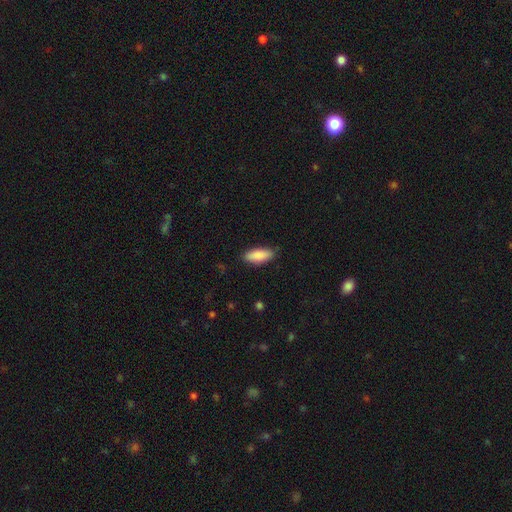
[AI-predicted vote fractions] smooth 88%, featured or disk 6%, star or artifact 6%. Down the decision tree: how rounded — in between (75%); merging — none (84%).